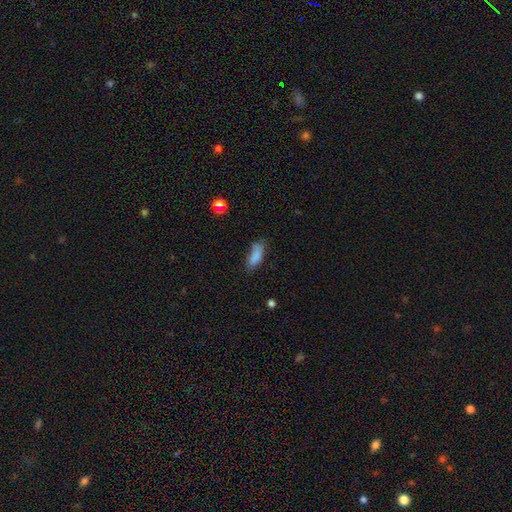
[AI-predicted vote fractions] A smooth galaxy with no disk features (82%) that is in between round and cigar-shaped (75%).

Vote fractions:
- Smooth or featured? smooth: 82% / featured or disk: 9% / star or artifact: 9%
- How rounded? in between: 75% / cigar-shaped: 23% / round: 2%
- Merging? none: 54% / minor disturbance: 31% / major disturbance: 10% / merger: 5%